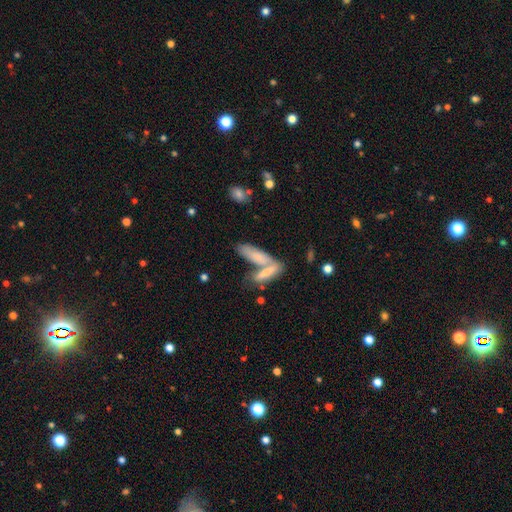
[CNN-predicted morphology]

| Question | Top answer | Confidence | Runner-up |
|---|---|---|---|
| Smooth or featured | smooth | 73% | featured or disk (21%) |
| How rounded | cigar-shaped | 52% | in between (46%) |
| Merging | merger | 50% | none (35%) |